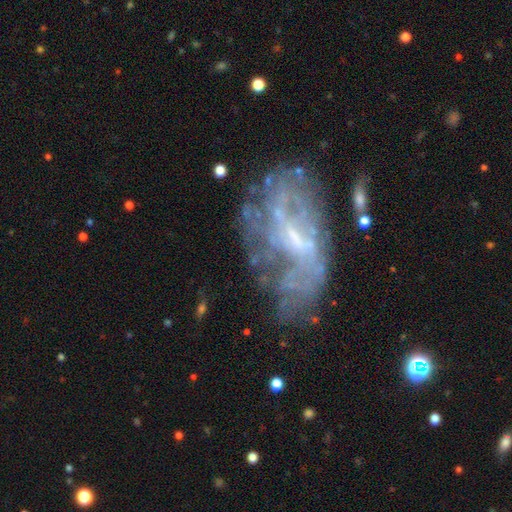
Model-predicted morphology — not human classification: A featured or disk galaxy (72%) with no bar (45%), no spiral arms (56%) and a small central bulge (50%). Merging: none (49%).